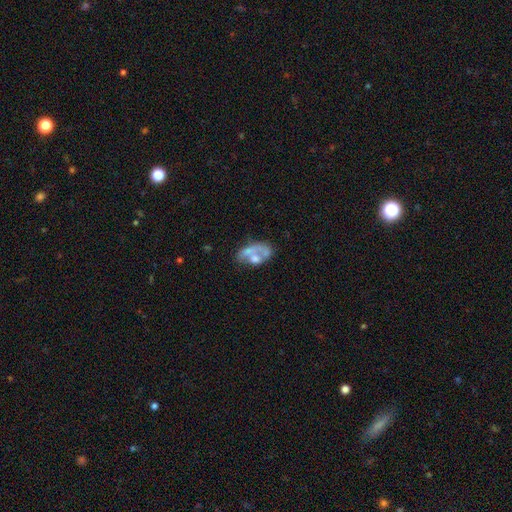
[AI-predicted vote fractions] Smooth or featured: featured or disk — 48% (smooth — 42%)
Merging: none — 30% (merger — 28%)